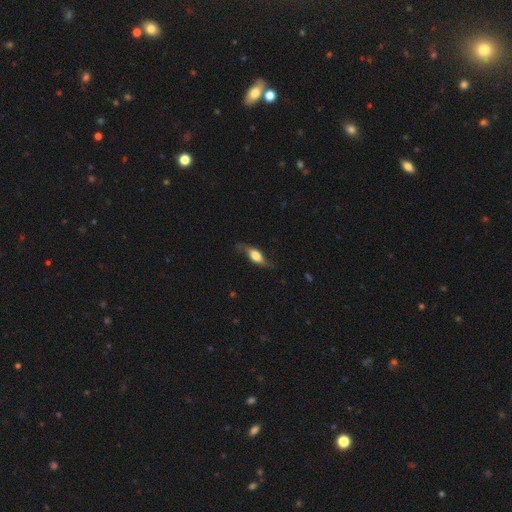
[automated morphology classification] smooth-or-featured: featured or disk: 53% | smooth: 39% | star or artifact: 7%
  disk-edge-on: no: 61% | yes: 39%
  merging: none: 65% | minor disturbance: 23% | major disturbance: 11% | merger: 2%